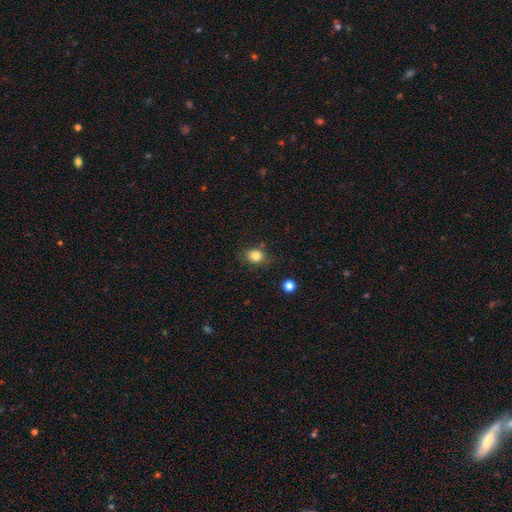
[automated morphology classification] smooth 83%, star or artifact 11%, featured or disk 7%. Down the decision tree: how rounded — round (53%); merging — none (72%).